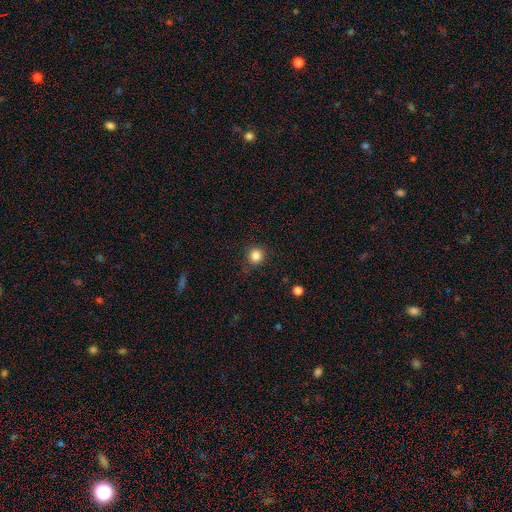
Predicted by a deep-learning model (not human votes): This is clearly a smooth galaxy (84%). How rounded: clearly round (91%). Merging: clearly none (87%).